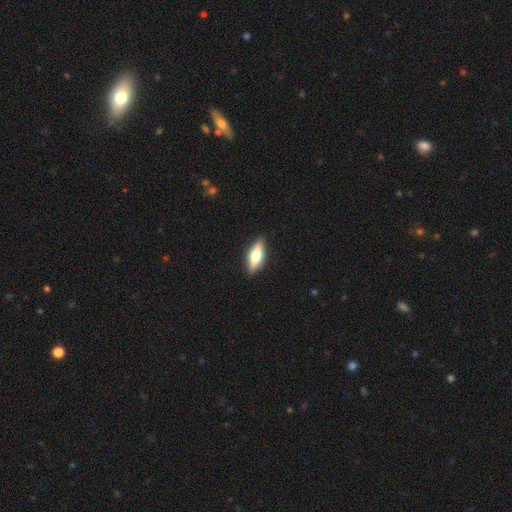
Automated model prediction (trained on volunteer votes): smooth 52%, featured or disk 41%, star or artifact 6%. Down the decision tree: how rounded — in between (62%); merging — none (89%).